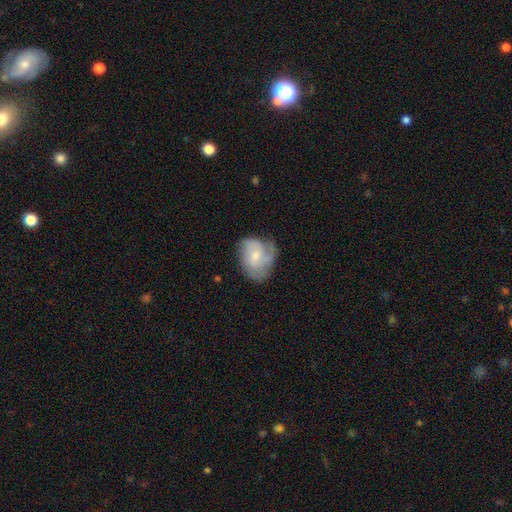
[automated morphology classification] The model was most divided on "bulge size": small: 57%, moderate: 36%, none: 4%, large: 2%, dominant: 1%. More confident: edge-on disk — no (97%); spiral arms — yes (85%); bar — no (71%); smooth or featured — featured or disk (60%); merging — none (56%).